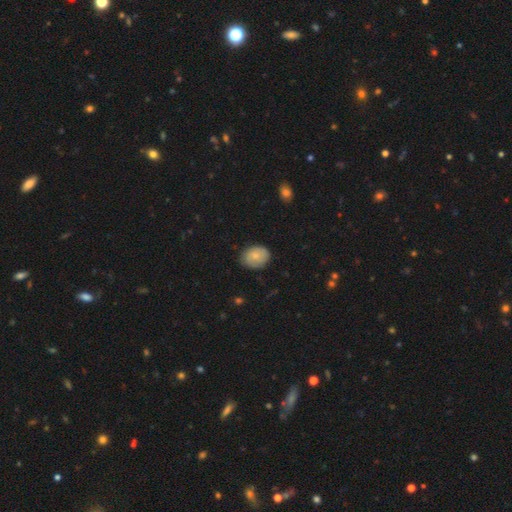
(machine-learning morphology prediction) Overall: smooth (71%). How rounded: in between (59%; round 40%). Merging: none (78%).